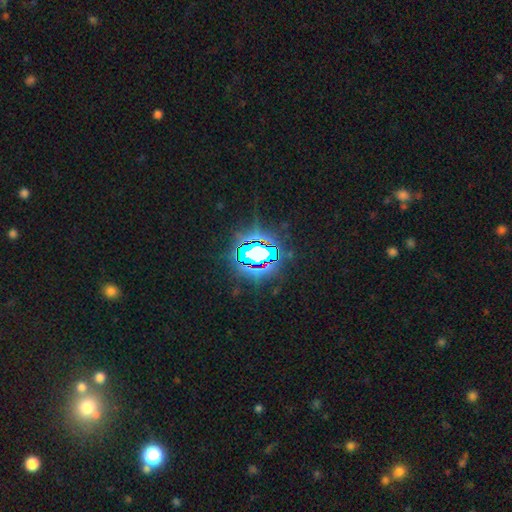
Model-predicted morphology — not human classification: Overall: star or artifact (77%).